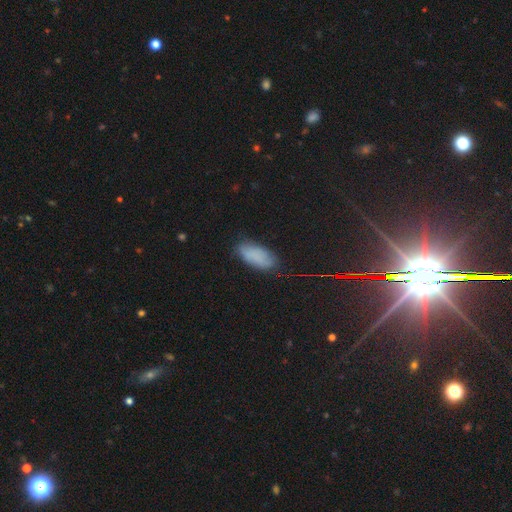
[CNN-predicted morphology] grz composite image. It shows a smooth galaxy with no disk features (78%) that is in between round and cigar-shaped (87%). Merging: none (77%).